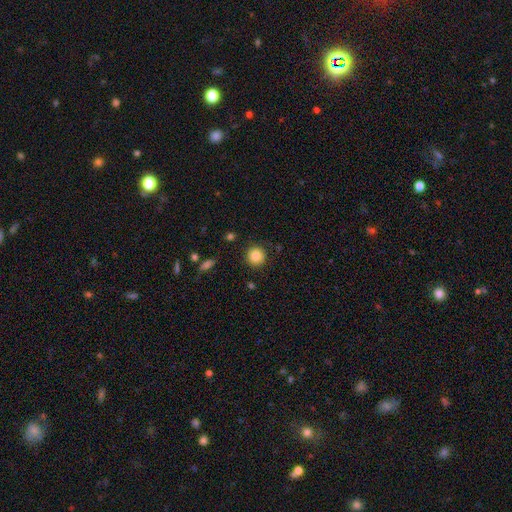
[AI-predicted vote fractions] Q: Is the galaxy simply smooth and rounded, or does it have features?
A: smooth — 85%.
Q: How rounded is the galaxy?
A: round — 94%.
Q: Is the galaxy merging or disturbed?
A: none — 89%.